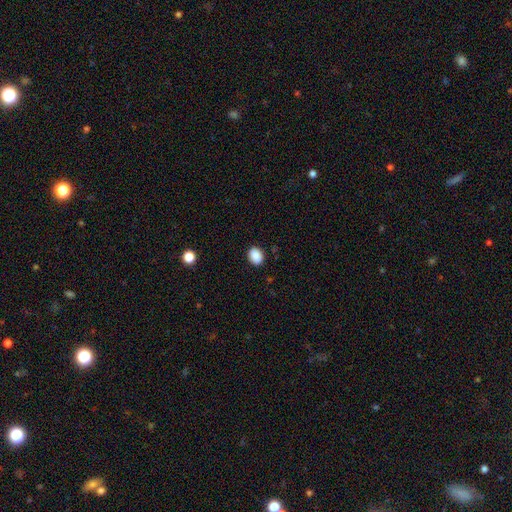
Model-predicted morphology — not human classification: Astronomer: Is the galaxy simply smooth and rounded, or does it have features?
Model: smooth — 89%.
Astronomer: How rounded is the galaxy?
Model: in between — 58% (runner-up: round, 41%).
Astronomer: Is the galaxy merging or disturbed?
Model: none — 89%.